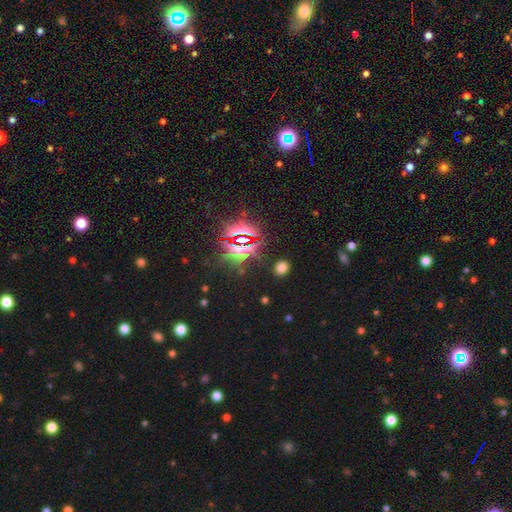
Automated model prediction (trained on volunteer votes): smooth-or-featured: star or artifact: 81% | smooth: 12% | featured or disk: 7%